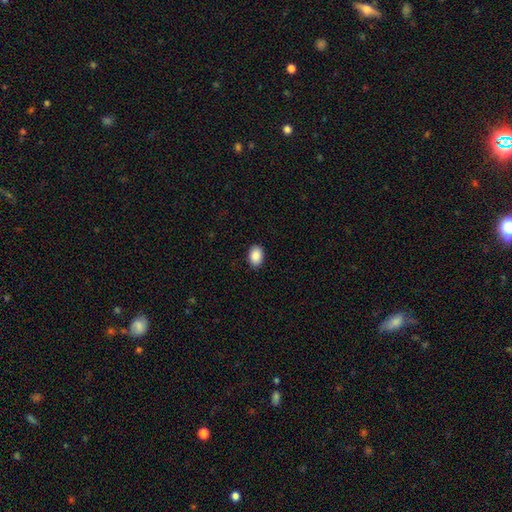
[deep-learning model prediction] Overall: smooth (90%). How rounded: in between (82%). Merging: none (90%).